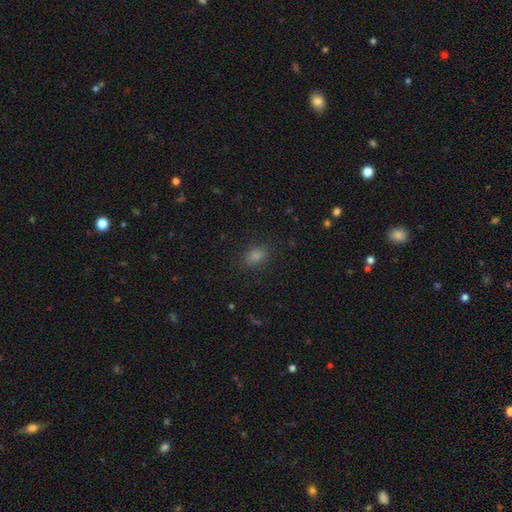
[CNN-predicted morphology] smooth-or-featured: smooth: 79% | star or artifact: 17% | featured or disk: 5%
  how-rounded: in between: 74% | round: 25% | cigar-shaped: 2%
  merging: none: 88% | minor disturbance: 8% | major disturbance: 3% | merger: 1%